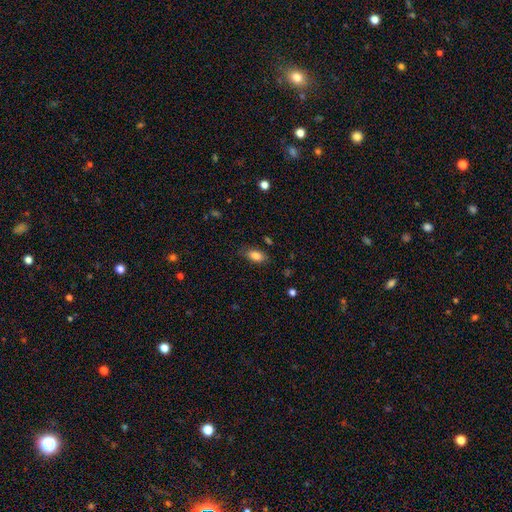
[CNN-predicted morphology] Overall: smooth (84%). How rounded: in between (89%). Merging: none (80%).